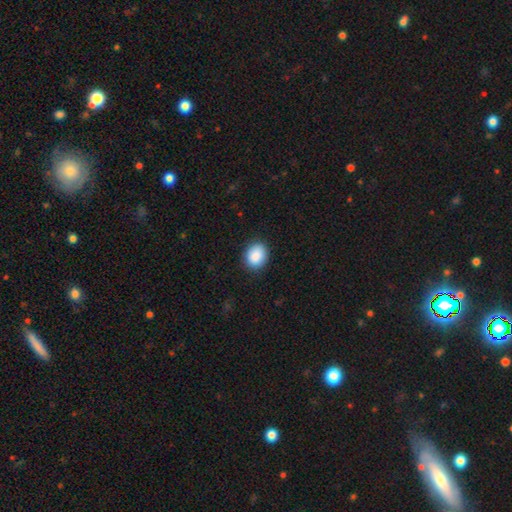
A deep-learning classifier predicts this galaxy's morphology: smooth-or-featured: smooth: 89% | star or artifact: 7% | featured or disk: 3%
  how-rounded: round: 50% | in between: 49% | cigar-shaped: 1%
  merging: none: 88% | minor disturbance: 9% | major disturbance: 2% | merger: 1%